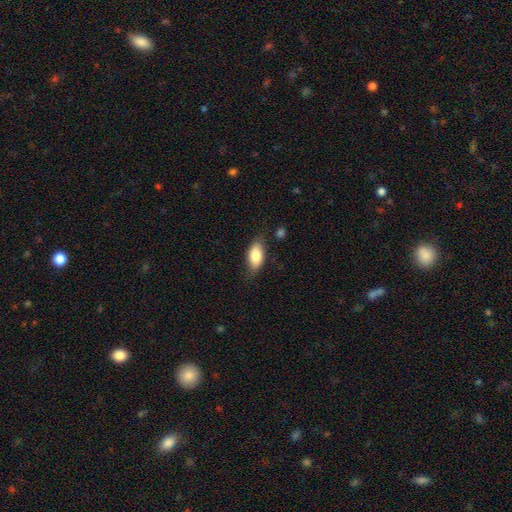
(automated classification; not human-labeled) Smooth or featured: smooth — 81% (featured or disk — 12%)
How rounded: in between — 90% (cigar-shaped — 5%)
Merging: none — 76% (minor disturbance — 17%)